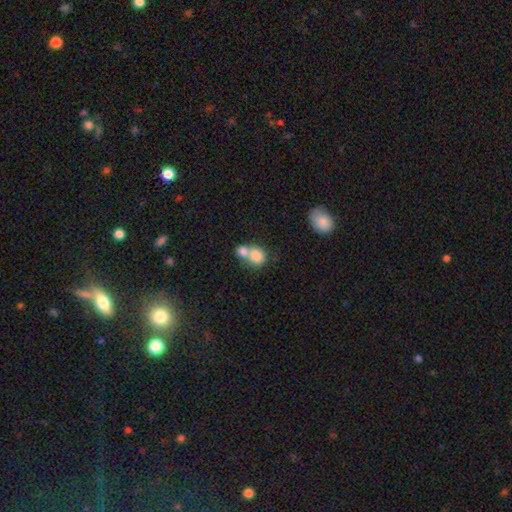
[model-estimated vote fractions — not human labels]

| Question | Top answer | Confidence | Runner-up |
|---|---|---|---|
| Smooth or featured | smooth | 79% | featured or disk (13%) |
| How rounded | round | 73% | in between (26%) |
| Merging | merger | 65% | none (25%) |